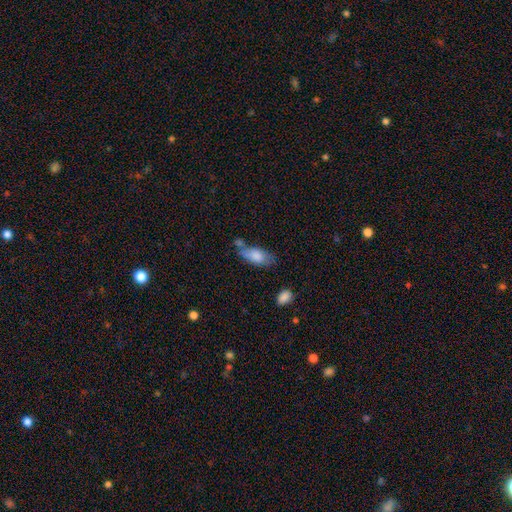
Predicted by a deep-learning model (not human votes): Smooth or featured? Predicted: smooth (p=0.80). How rounded? Predicted: in between (p=0.85). Merging? Predicted: none (p=0.41).